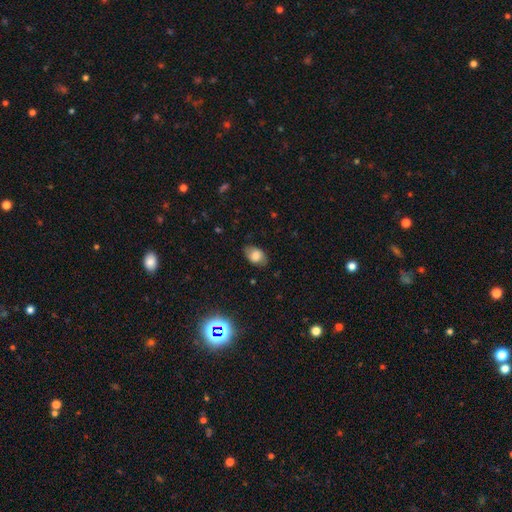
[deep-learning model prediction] The model was most divided on "merging": none: 76%, minor disturbance: 18%, major disturbance: 5%, merger: 1%. More confident: how rounded — in between (85%); smooth or featured — smooth (75%).